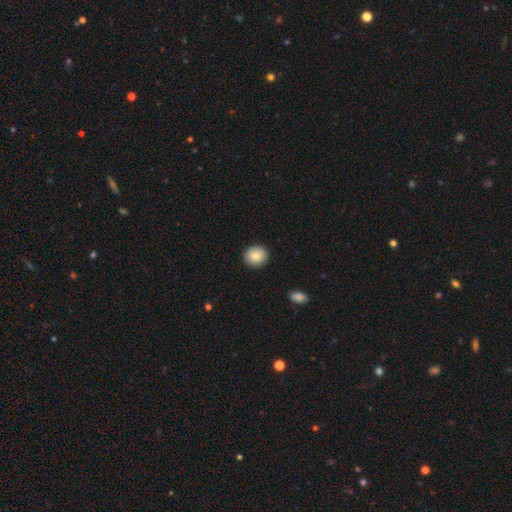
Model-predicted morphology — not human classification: Overall: smooth (86%). How rounded: round (83%). Merging: none (91%).